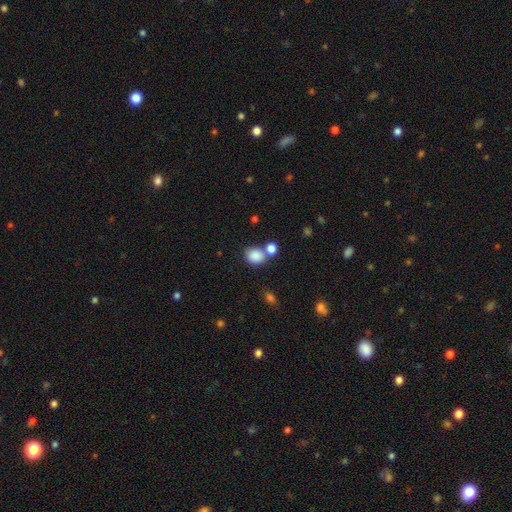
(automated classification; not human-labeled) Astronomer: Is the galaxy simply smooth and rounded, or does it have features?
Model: smooth — 85%.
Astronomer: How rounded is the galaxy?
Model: round — 62%.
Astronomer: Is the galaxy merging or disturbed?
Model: none — 57%.